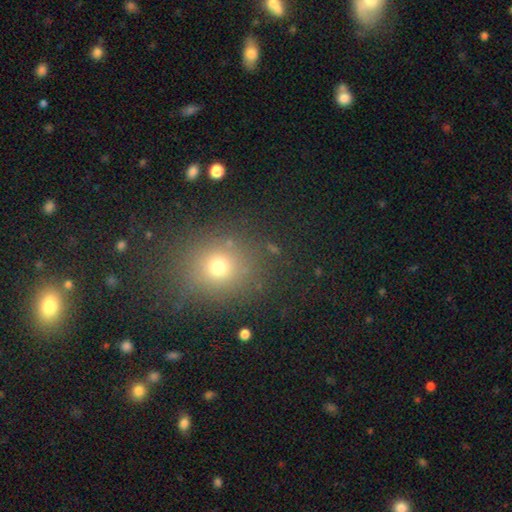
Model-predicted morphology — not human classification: Smooth or featured?
  - smooth: 60% *
  - star or artifact: 31%
  - featured or disk: 9%
How rounded?
  - round: 71% *
  - in between: 28%
  - cigar-shaped: 1%
Merging?
  - none: 86% *
  - minor disturbance: 8%
  - major disturbance: 3%
  - merger: 2%